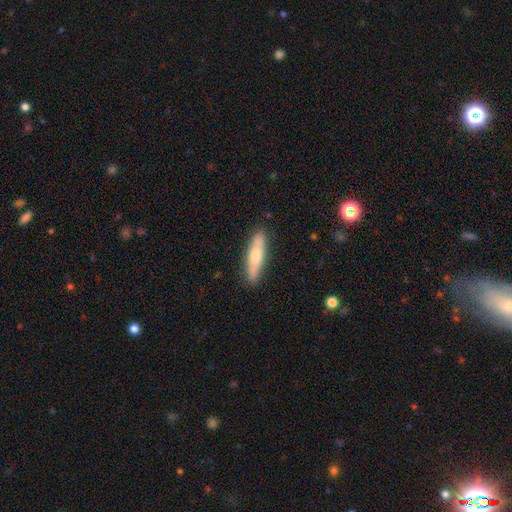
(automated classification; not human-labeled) This is possibly a smooth galaxy (59%). How rounded: likely cigar-shaped (78%). Merging: clearly none (88%).